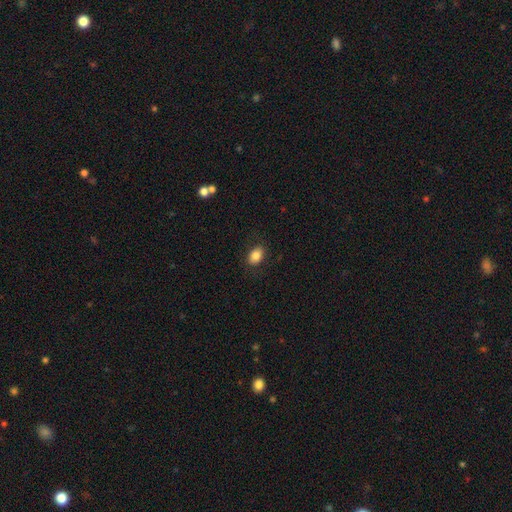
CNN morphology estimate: This appears to be a smooth galaxy with no disk features (84%) that is in between round and cigar-shaped (81%). Merging: none (86%).